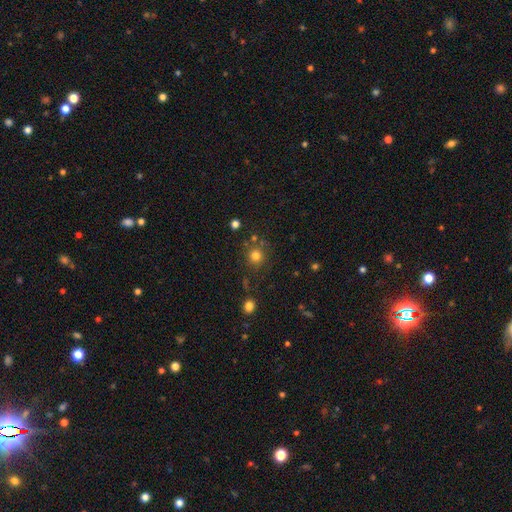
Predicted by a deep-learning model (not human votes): smooth-or-featured: smooth: 77% | star or artifact: 15% | featured or disk: 8%
  how-rounded: round: 91% | in between: 8% | cigar-shaped: 1%
  merging: none: 78% | minor disturbance: 10% | merger: 8% | major disturbance: 4%